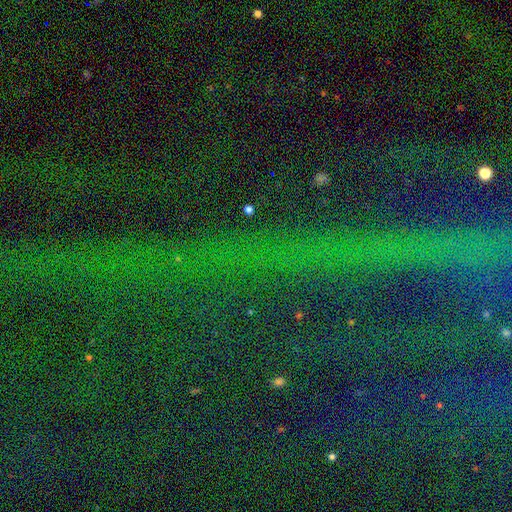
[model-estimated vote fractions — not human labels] Morphology: type=star or artifact (84%).